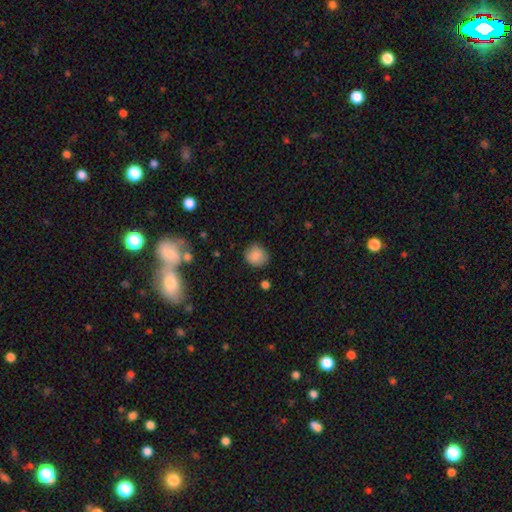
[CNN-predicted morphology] A smooth galaxy with no disk features (86%) that is round (84%). Merging: none (83%).